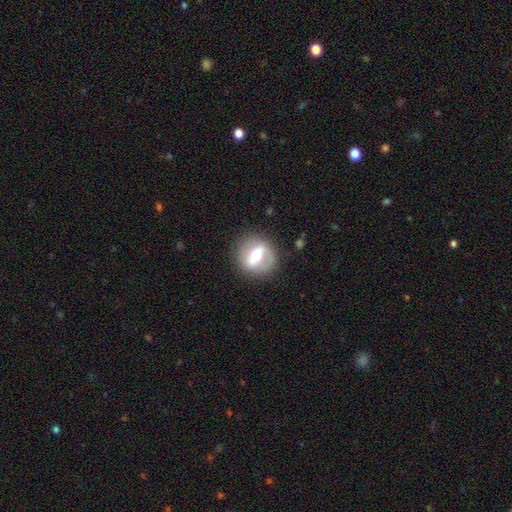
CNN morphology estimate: A featured or disk galaxy (58%) with a strong bar (54%), no spiral arms (54%) and a moderate central bulge (66%).

Vote fractions:
- Smooth or featured? featured or disk: 58% / smooth: 35% / star or artifact: 7%
- Edge-on disk? no: 90% / yes: 10%
- Bar? strong: 54% / weak: 32% / no: 14%
- Spiral arms? no: 54% / yes: 46%
- Bulge size? moderate: 66% / small: 22% / large: 9% / dominant: 2% / none: 1%
- Merging? none: 82% / minor disturbance: 11% / major disturbance: 5% / merger: 1%